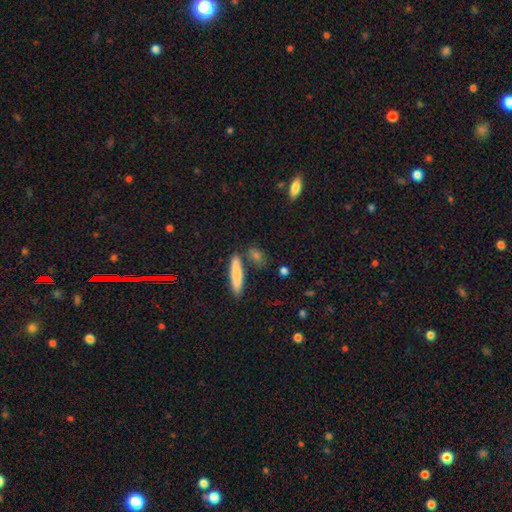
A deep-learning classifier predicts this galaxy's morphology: This is likely a smooth galaxy (72%). How rounded: likely cigar-shaped (76%). Merging: likely none (77%).